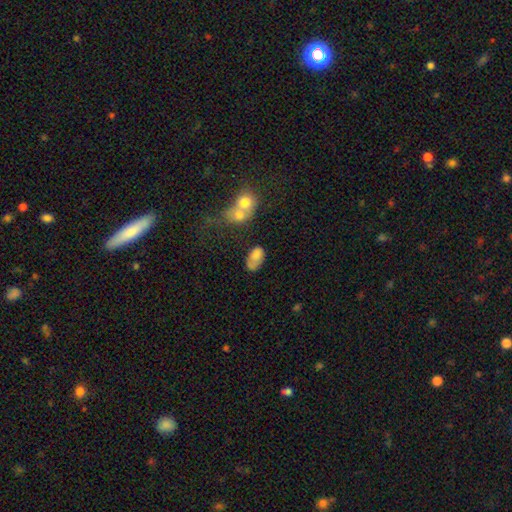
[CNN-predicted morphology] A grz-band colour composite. It shows a smooth galaxy with no disk features (74%) that is in between round and cigar-shaped (90%). Merging: none (38%).